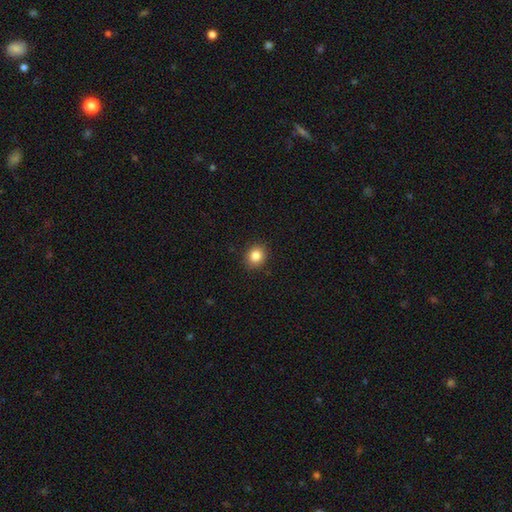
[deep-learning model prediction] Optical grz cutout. It shows a smooth galaxy with no disk features (85%) that is round (75%). Merging: none (91%).